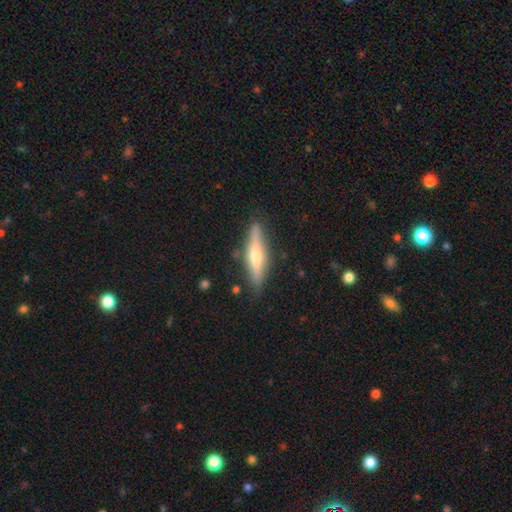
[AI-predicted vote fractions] Smooth or featured? featured or disk (59%)
Edge-on disk? yes (94%)
Edge-on bulge? rounded (84%)
Merging? none (87%)